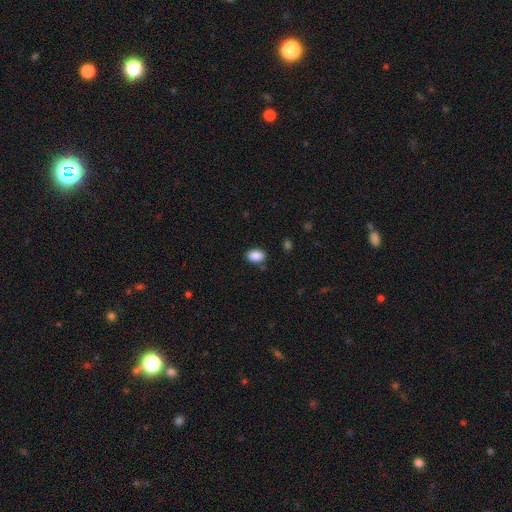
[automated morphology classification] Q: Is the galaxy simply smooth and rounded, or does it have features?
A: smooth — 89%.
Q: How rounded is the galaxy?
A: in between — 86%.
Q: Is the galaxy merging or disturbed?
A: none — 83%.